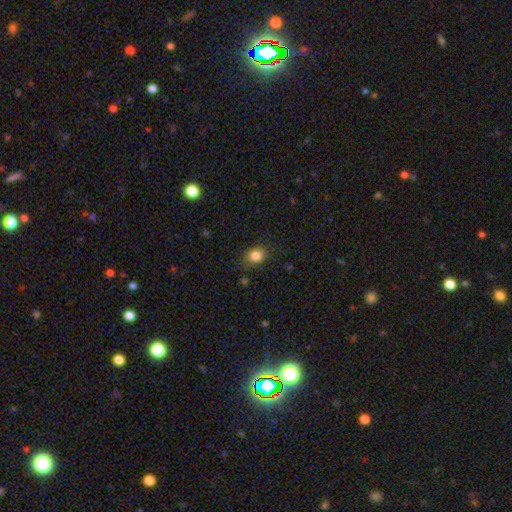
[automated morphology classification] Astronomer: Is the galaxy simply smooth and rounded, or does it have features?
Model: smooth — 84%.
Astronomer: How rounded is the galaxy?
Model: round — 51% (runner-up: in between, 48%).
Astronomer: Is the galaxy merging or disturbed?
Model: none — 81%.